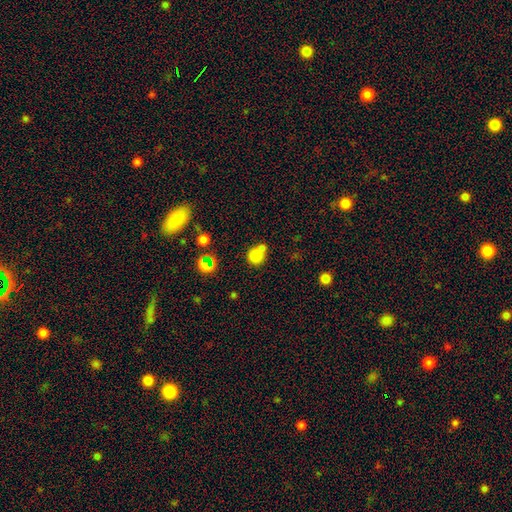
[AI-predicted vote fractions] smooth-or-featured: smooth: 79% | star or artifact: 12% | featured or disk: 8%
  how-rounded: round: 86% | in between: 13% | cigar-shaped: 1%
  merging: none: 49% | merger: 37% | minor disturbance: 10% | major disturbance: 4%